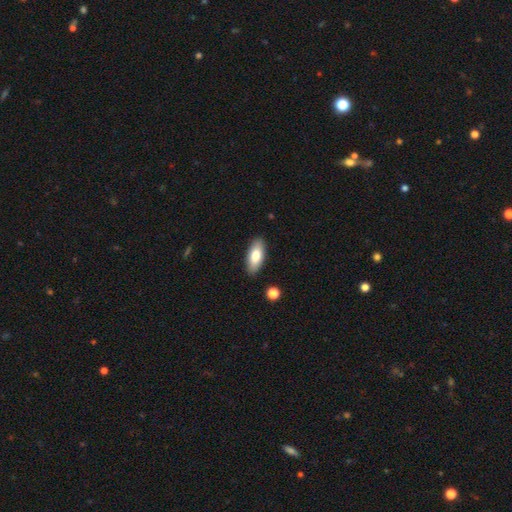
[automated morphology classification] Smooth or featured: smooth — 79% (featured or disk — 14%)
How rounded: in between — 84% (cigar-shaped — 13%)
Merging: none — 87% (minor disturbance — 9%)